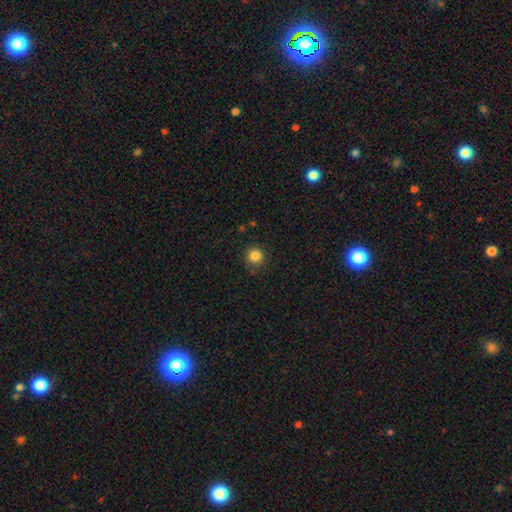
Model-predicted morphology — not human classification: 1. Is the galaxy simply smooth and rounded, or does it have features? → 84% smooth, 12% star or artifact, 4% featured or disk.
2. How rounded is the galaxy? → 94% round, 5% in between, 1% cigar-shaped.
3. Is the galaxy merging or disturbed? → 89% none, 8% minor disturbance, 2% major disturbance, 1% merger.